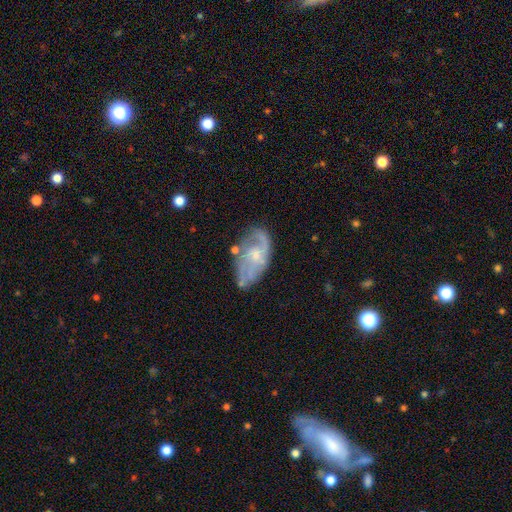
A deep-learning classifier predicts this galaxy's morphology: type=featured or disk (78%); edge-on=no (96%); bar=no (62%); spiral arms=yes (89%); winding=medium (45%); arm count=2 (48%); bulge=small (62%); merging=none (61%).